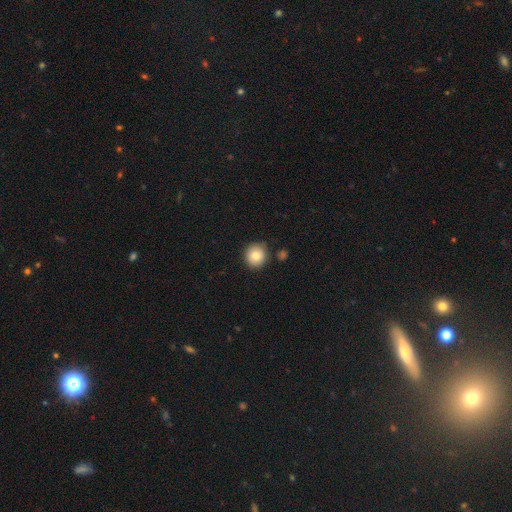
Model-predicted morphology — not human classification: This appears to be a smooth galaxy with no disk features (83%) that is round (90%). Merging: none (84%).